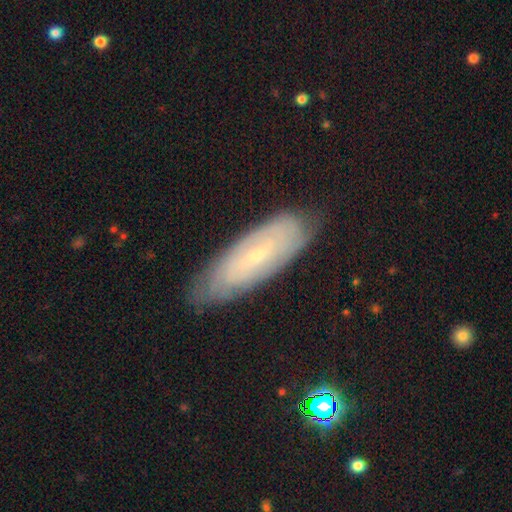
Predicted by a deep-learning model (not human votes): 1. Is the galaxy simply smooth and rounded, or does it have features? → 66% featured or disk, 25% smooth, 9% star or artifact.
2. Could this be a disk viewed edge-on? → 82% no, 18% yes.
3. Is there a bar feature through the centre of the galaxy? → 53% no, 37% weak, 10% strong.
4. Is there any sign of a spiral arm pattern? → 82% yes, 18% no.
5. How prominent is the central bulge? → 80% small, 15% moderate, 2% none, 1% large, 1% dominant.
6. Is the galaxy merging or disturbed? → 79% none, 16% minor disturbance, 3% major disturbance, 1% merger.